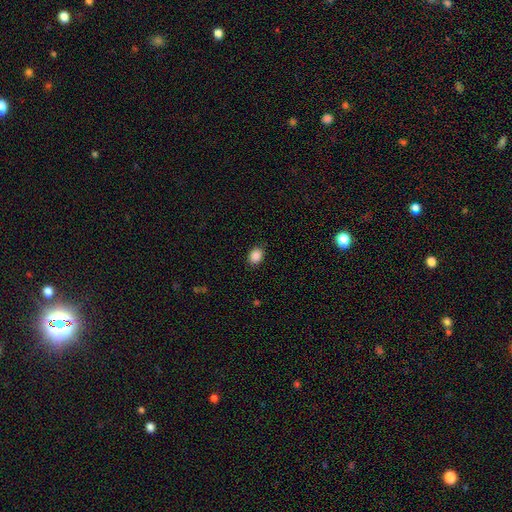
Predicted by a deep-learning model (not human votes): Smooth or featured? Predicted: smooth (p=0.88). How rounded? Predicted: in between (p=0.58). Merging? Predicted: none (p=0.88).